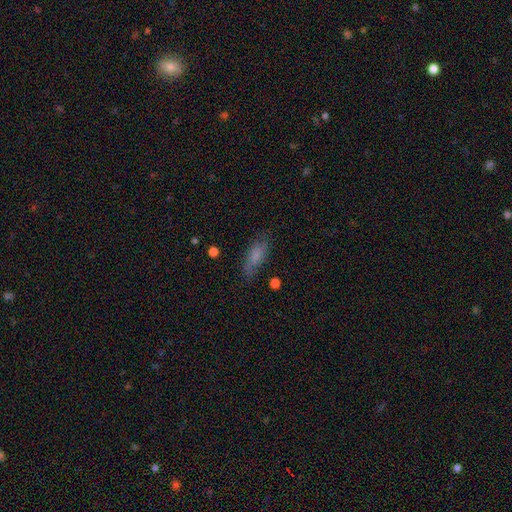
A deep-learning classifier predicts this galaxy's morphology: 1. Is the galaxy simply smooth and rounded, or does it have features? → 72% smooth, 19% featured or disk, 9% star or artifact.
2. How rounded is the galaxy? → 66% in between, 32% cigar-shaped, 3% round.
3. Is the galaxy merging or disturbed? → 68% none, 22% minor disturbance, 8% major disturbance, 2% merger.